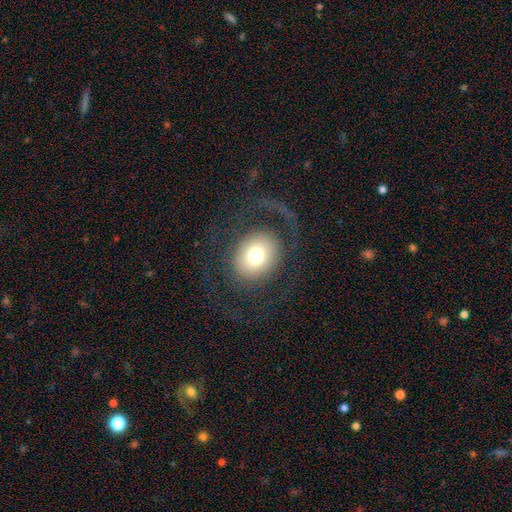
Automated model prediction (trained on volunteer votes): smooth-or-featured: smooth: 66% | featured or disk: 24% | star or artifact: 10%
  how-rounded: round: 58% | in between: 41% | cigar-shaped: 1%
  merging: none: 55% | major disturbance: 32% | minor disturbance: 12% | merger: 2%